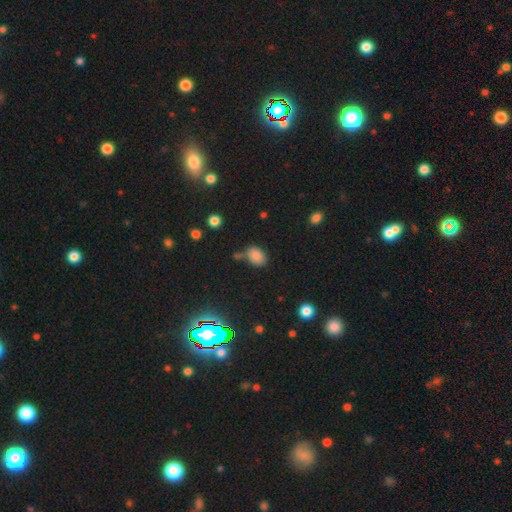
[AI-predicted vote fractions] Q: Smooth or featured?
A: smooth (81%); runner-up: star or artifact (13%)
Q: How rounded?
A: in between (76%); runner-up: round (22%)
Q: Merging?
A: none (61%); runner-up: minor disturbance (19%)